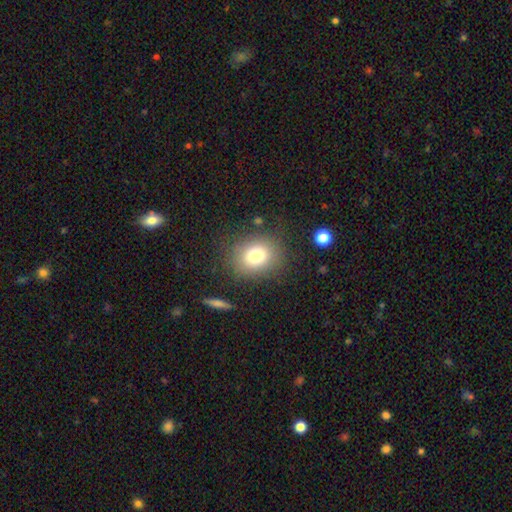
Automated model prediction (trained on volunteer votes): Overall: smooth (77%). How rounded: round (62%; in between 37%). Merging: none (82%).